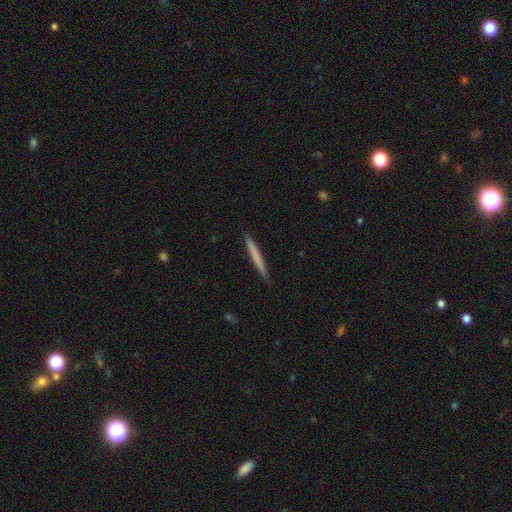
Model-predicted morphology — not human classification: Smooth or featured?
  - smooth: 67% *
  - featured or disk: 27%
  - star or artifact: 6%
How rounded?
  - cigar-shaped: 97% *
  - in between: 2%
  - round: 1%
Merging?
  - none: 90% *
  - minor disturbance: 8%
  - major disturbance: 1%
  - merger: 1%